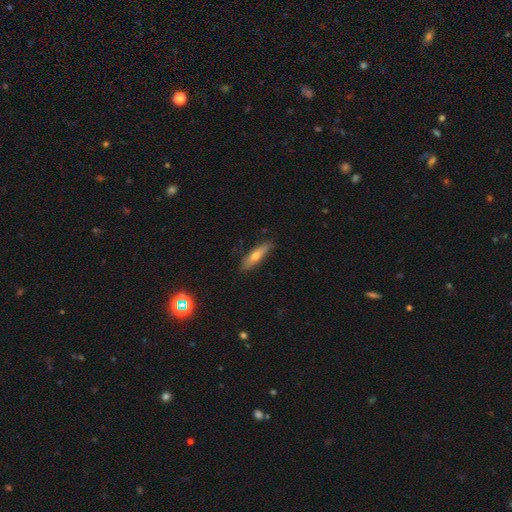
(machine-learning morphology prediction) Q: Smooth or featured?
A: smooth (54%); runner-up: featured or disk (38%)
Q: How rounded?
A: cigar-shaped (78%); runner-up: in between (20%)
Q: Merging?
A: none (86%); runner-up: minor disturbance (11%)